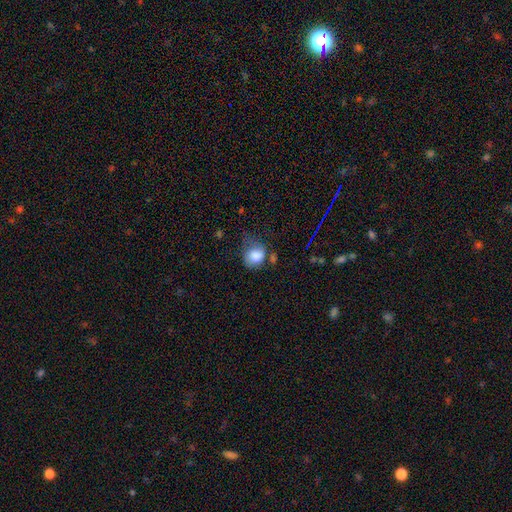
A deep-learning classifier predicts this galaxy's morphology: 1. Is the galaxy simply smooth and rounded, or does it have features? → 82% smooth, 9% featured or disk, 9% star or artifact.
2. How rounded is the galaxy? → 65% round, 34% in between, 1% cigar-shaped.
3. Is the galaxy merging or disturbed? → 41% none, 35% minor disturbance, 17% major disturbance, 7% merger.